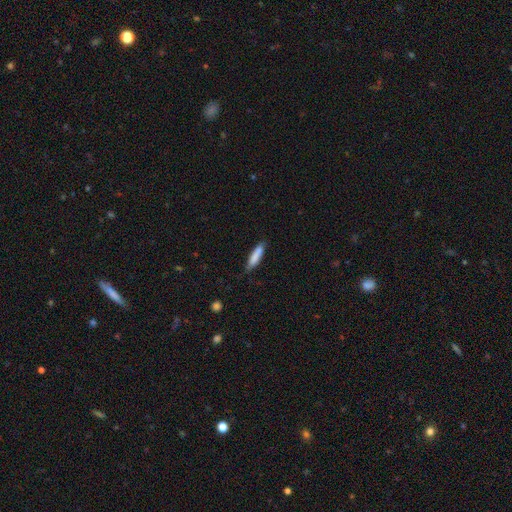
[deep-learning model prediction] smooth-or-featured: smooth: 83% | featured or disk: 11% | star or artifact: 6%
  how-rounded: cigar-shaped: 79% | in between: 20% | round: 1%
  merging: none: 74% | minor disturbance: 21% | major disturbance: 3% | merger: 2%